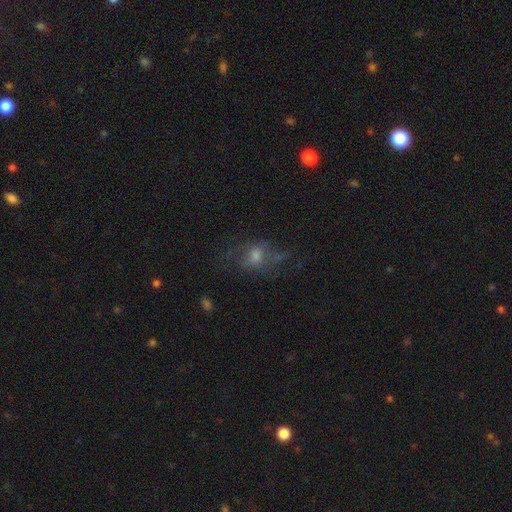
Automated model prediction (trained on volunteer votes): Q: Smooth or featured?
A: featured or disk (39%); runner-up: smooth (34%)
Q: Merging?
A: none (56%); runner-up: major disturbance (22%)